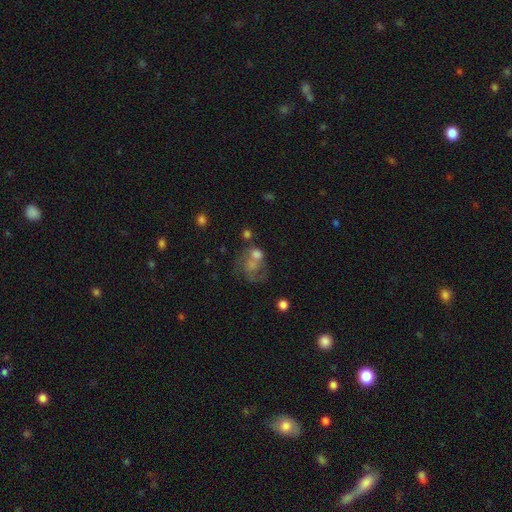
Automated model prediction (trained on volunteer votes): Smooth or featured?
  - smooth: 41% * (tied)
  - featured or disk: 41% * (tied)
  - star or artifact: 18%
Merging?
  - none: 31% *
  - merger: 27%
  - major disturbance: 26%
  - minor disturbance: 16%